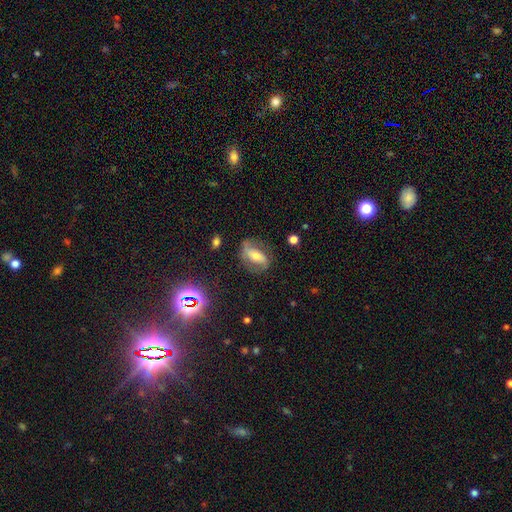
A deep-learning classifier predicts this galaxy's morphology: type=featured or disk (59%); edge-on=no (89%); bar=strong (39%); spiral arms=yes (80%); bulge=moderate (54%); merging=none (69%).